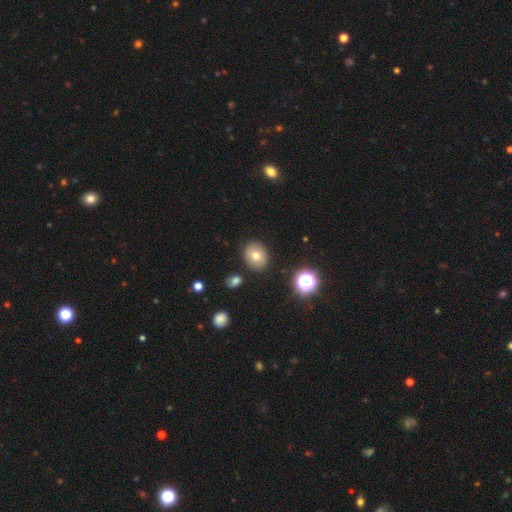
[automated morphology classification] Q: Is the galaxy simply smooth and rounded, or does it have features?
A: smooth — 72%.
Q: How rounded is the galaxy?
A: round — 62%.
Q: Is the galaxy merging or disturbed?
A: none — 86%.